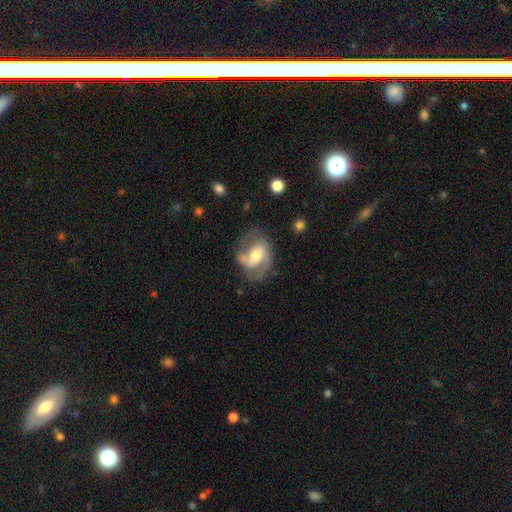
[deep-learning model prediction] Smooth or featured: featured or disk — 71% (smooth — 23%)
Edge-on disk: no — 96% (yes — 4%)
Bar: weak — 41% (no — 32%)
Spiral arms: yes — 85% (no — 15%)
Spiral winding: medium — 48% (loose — 31%)
Spiral arm count: 2 — 75% (can't tell — 11%)
Bulge size: moderate — 59% (small — 27%)
Merging: none — 55% (minor disturbance — 23%)